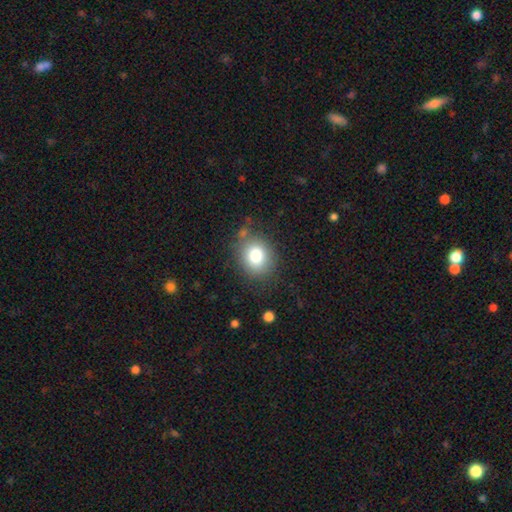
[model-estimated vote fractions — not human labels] smooth-or-featured: smooth: 82% | star or artifact: 10% | featured or disk: 9%
  how-rounded: round: 64% | in between: 35% | cigar-shaped: 1%
  merging: none: 77% | minor disturbance: 15% | major disturbance: 5% | merger: 3%